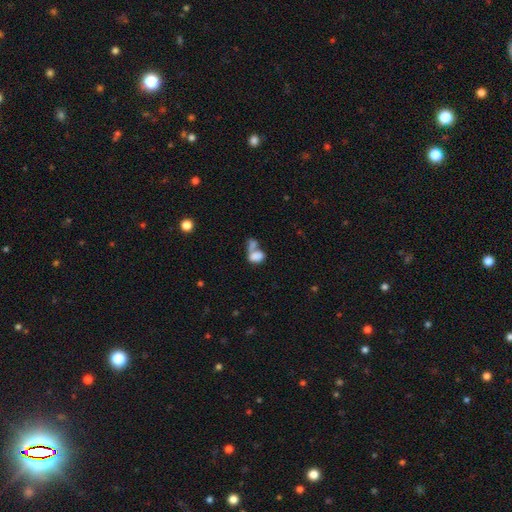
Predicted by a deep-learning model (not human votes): The model was most divided on "merging": merger: 64%, none: 18%, major disturbance: 9%, minor disturbance: 9%. More confident: how rounded — in between (82%); smooth or featured — smooth (76%).